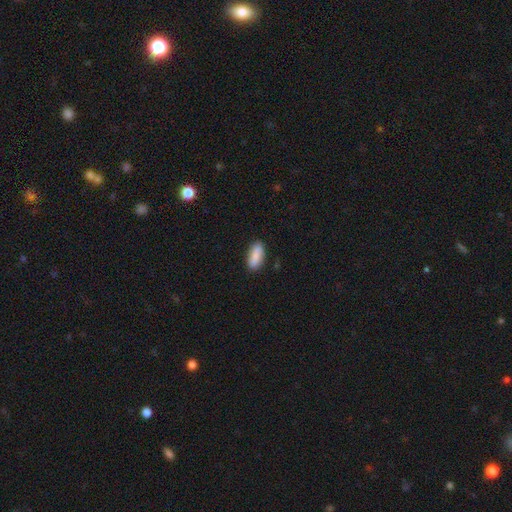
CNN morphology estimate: smooth 87%, featured or disk 7%, star or artifact 6%. Down the decision tree: how rounded — in between (78%); merging — none (86%).